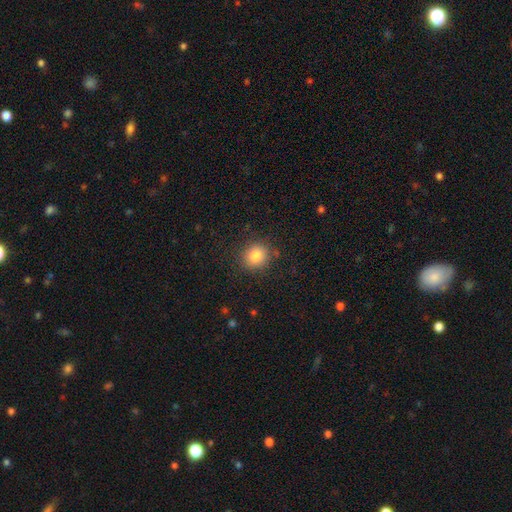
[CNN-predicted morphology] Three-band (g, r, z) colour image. It shows a smooth galaxy with no disk features (84%) that is round (81%). Merging: none (86%).